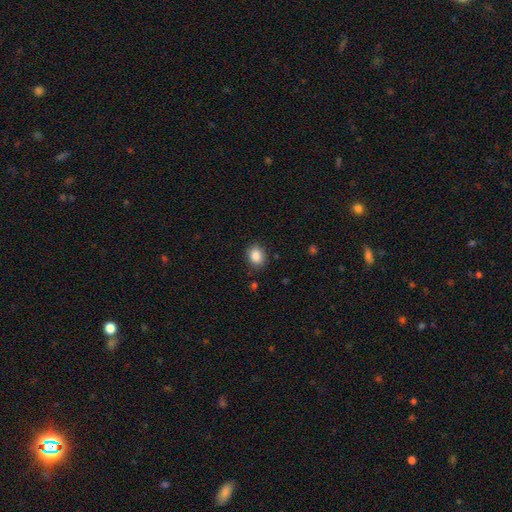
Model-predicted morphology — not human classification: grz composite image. It shows a smooth galaxy with no disk features (87%) that is in between round and cigar-shaped (54%). Merging: none (85%).